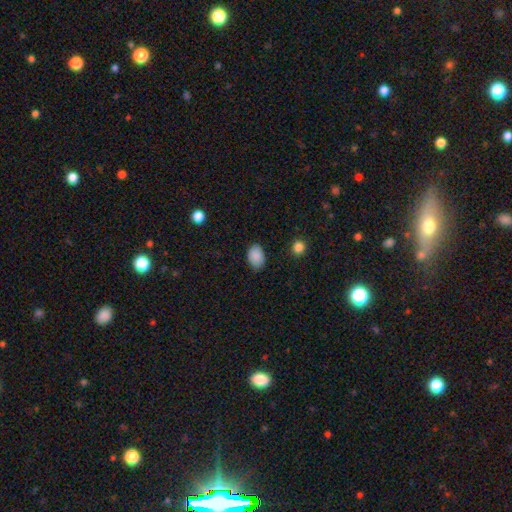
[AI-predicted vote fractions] The model was most divided on "how rounded": in between: 84%, round: 15%, cigar-shaped: 1%. More confident: smooth or featured — smooth (89%); merging — none (83%).